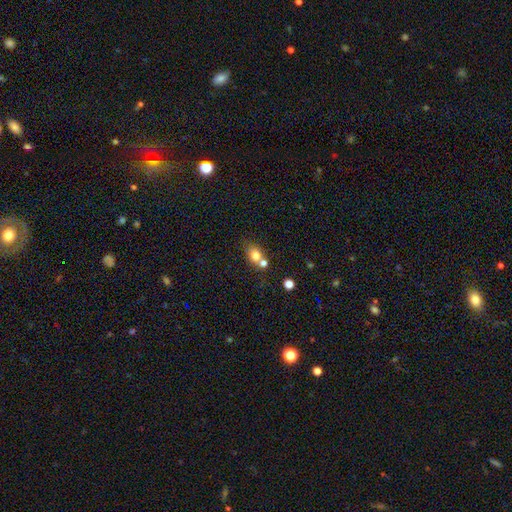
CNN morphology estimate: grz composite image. It shows a smooth galaxy with no disk features (77%) that is round (54%). Merging: none (48%).